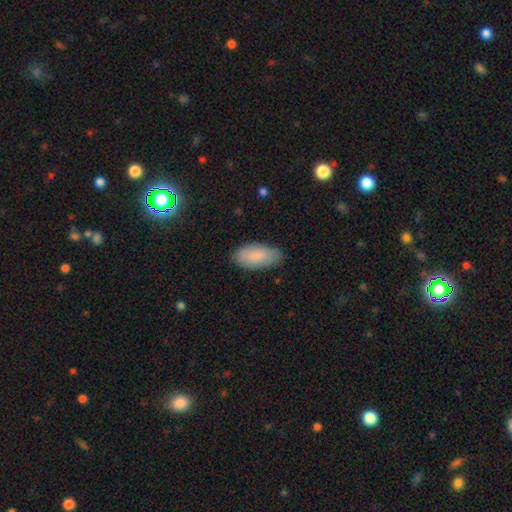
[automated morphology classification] A smooth galaxy with no disk features (84%) that is in between round and cigar-shaped (91%).

Vote fractions:
- Smooth or featured? smooth: 84% / featured or disk: 10% / star or artifact: 6%
- How rounded? in between: 91% / cigar-shaped: 7% / round: 2%
- Merging? none: 80% / minor disturbance: 16% / major disturbance: 3% / merger: 1%